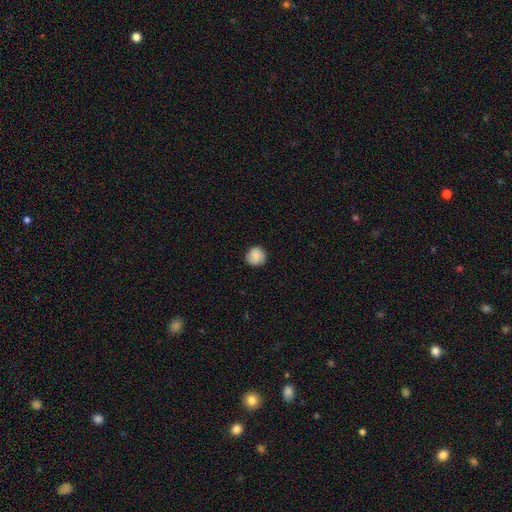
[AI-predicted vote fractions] This appears to be a smooth galaxy with no disk features (85%) that is round (93%). Merging: none (88%).